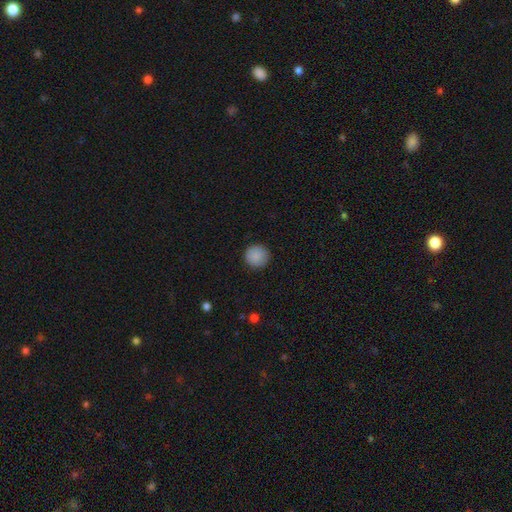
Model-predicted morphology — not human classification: Smooth or featured? smooth (89%)
How rounded? round (96%)
Merging? none (91%)